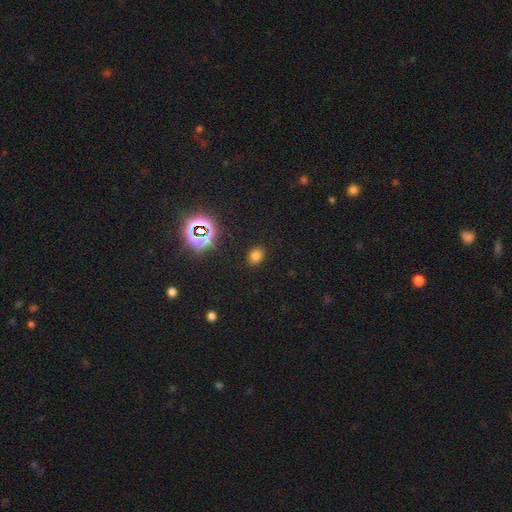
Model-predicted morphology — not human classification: A smooth galaxy with no disk features (72%) that is in between round and cigar-shaped (53%). Merging: none (88%).